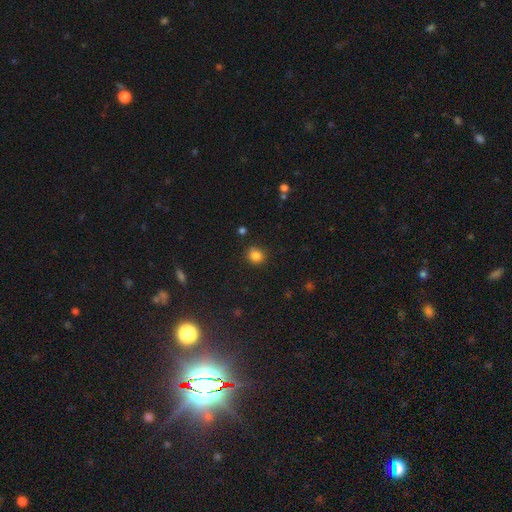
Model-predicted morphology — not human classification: Q: Smooth or featured?
A: smooth (83%); runner-up: star or artifact (13%)
Q: How rounded?
A: round (78%); runner-up: in between (21%)
Q: Merging?
A: none (79%); runner-up: minor disturbance (14%)